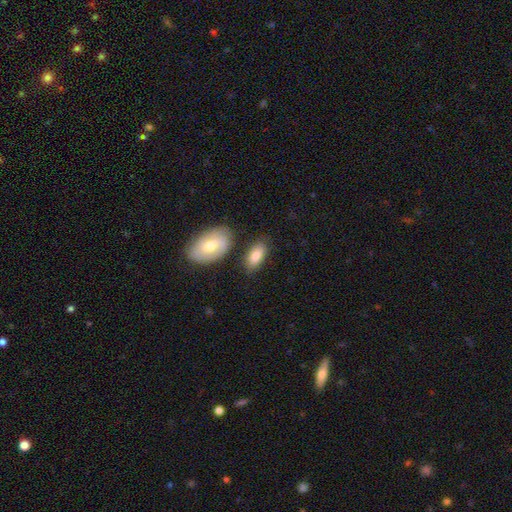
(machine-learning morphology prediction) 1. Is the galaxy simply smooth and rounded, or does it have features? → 80% smooth, 14% featured or disk, 6% star or artifact.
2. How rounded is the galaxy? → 91% in between, 5% cigar-shaped, 3% round.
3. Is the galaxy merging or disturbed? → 71% none, 16% minor disturbance, 9% merger, 4% major disturbance.